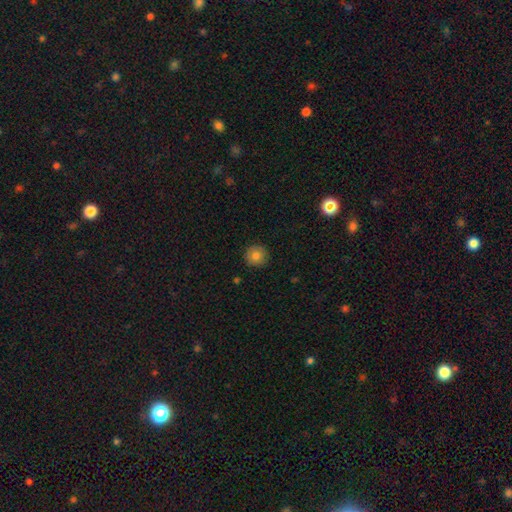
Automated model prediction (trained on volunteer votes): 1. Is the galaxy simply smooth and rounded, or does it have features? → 82% smooth, 9% star or artifact, 9% featured or disk.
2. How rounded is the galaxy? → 94% round, 5% in between, 1% cigar-shaped.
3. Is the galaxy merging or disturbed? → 90% none, 7% minor disturbance, 2% major disturbance, 1% merger.